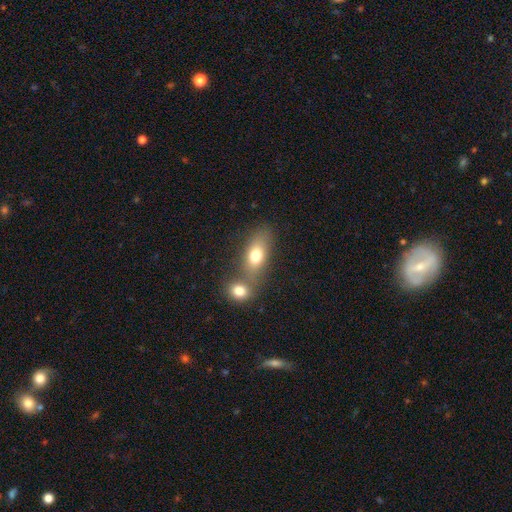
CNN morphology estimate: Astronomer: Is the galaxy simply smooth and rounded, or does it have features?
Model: smooth — 73%.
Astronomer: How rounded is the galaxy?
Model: in between — 75%.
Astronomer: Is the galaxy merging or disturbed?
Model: merger — 45% (runner-up: none, 41%).